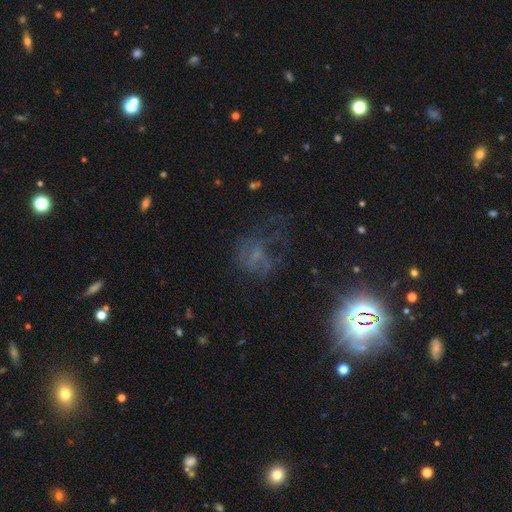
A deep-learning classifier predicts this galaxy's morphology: Overall: featured or disk (43%; star or artifact 32%). Merging: none (43%; major disturbance 34%).